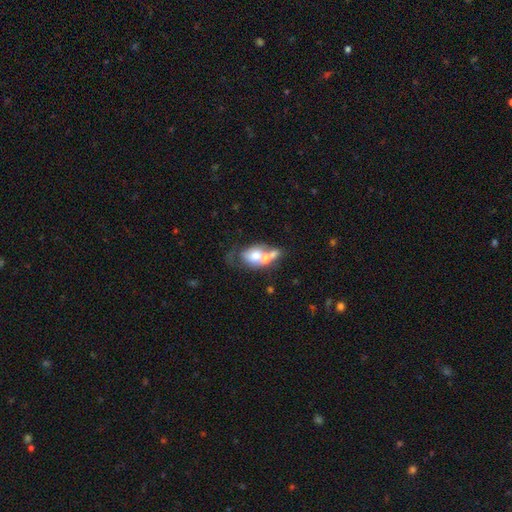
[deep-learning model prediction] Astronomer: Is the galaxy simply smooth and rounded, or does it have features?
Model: smooth — 51% (runner-up: featured or disk, 39%).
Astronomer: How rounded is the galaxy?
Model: in between — 70%.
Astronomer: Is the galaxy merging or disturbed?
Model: merger — 55%.